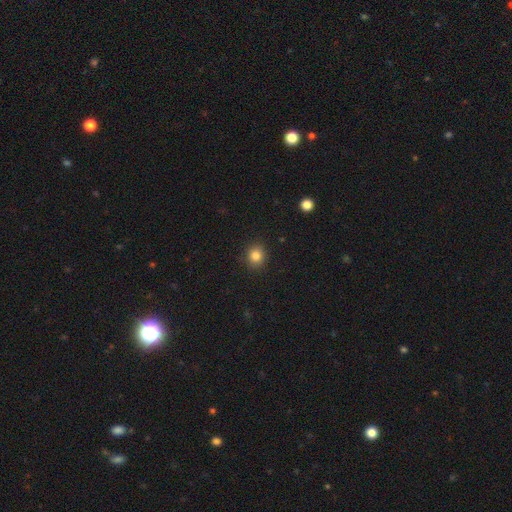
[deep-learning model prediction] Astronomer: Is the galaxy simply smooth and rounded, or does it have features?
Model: smooth — 84%.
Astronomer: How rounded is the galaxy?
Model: round — 80%.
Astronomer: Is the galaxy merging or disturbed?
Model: none — 90%.